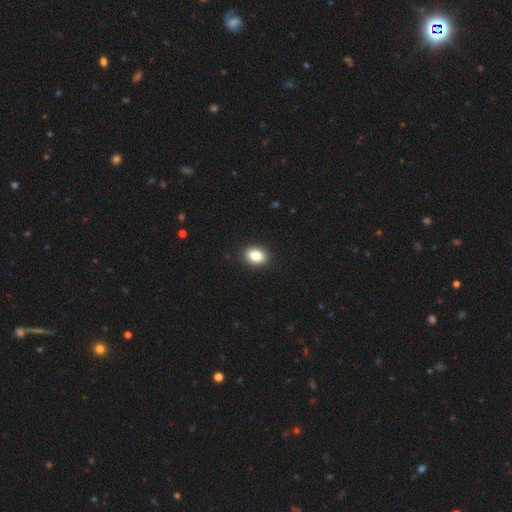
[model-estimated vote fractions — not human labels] Q: Smooth or featured?
A: smooth (87%); runner-up: star or artifact (9%)
Q: How rounded?
A: in between (68%); runner-up: round (30%)
Q: Merging?
A: none (91%); runner-up: minor disturbance (6%)